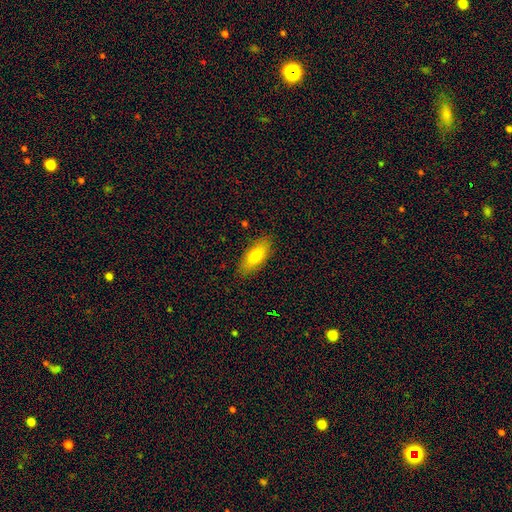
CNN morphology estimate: A smooth galaxy with no disk features (75%) that is in between round and cigar-shaped (78%).

Vote fractions:
- Smooth or featured? smooth: 75% / featured or disk: 19% / star or artifact: 7%
- How rounded? in between: 78% / cigar-shaped: 19% / round: 3%
- Merging? none: 87% / minor disturbance: 10% / major disturbance: 2% / merger: 1%